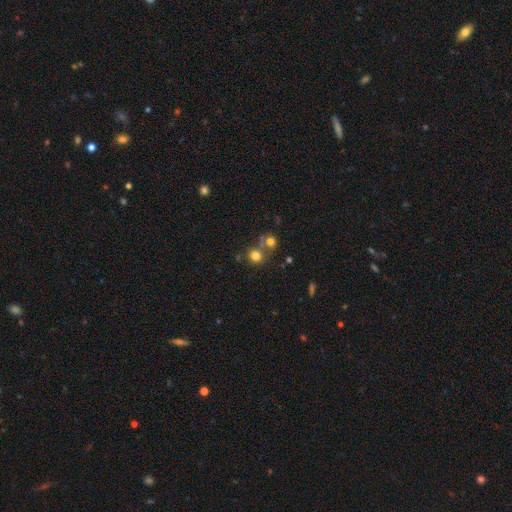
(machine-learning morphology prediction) The model was most divided on "merging": none: 56%, merger: 30%, minor disturbance: 9%, major disturbance: 5%. More confident: how rounded — round (85%); smooth or featured — smooth (75%).